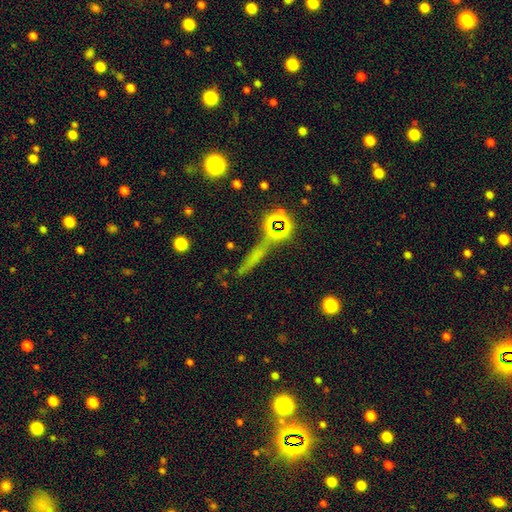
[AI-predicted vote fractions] smooth_or_featured: smooth (p=0.39) [alt: star or artifact p=0.36]
merging: none (p=0.71) [alt: minor disturbance p=0.12]